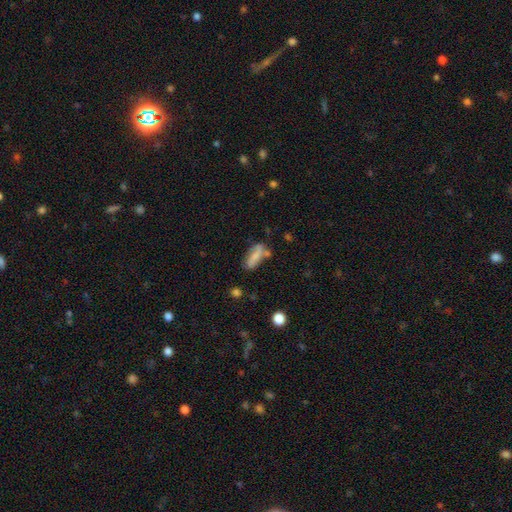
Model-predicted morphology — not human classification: Smooth or featured? smooth (68%)
How rounded? in between (63%)
Merging? none (51%)